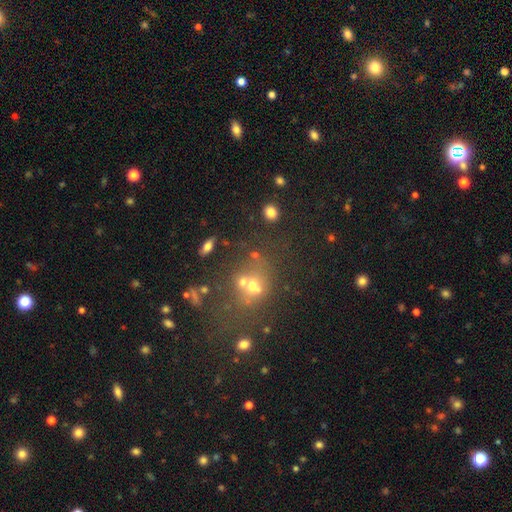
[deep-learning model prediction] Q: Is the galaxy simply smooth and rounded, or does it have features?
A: smooth — 52%.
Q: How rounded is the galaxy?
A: round — 67%.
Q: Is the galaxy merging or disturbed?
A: none — 43%.